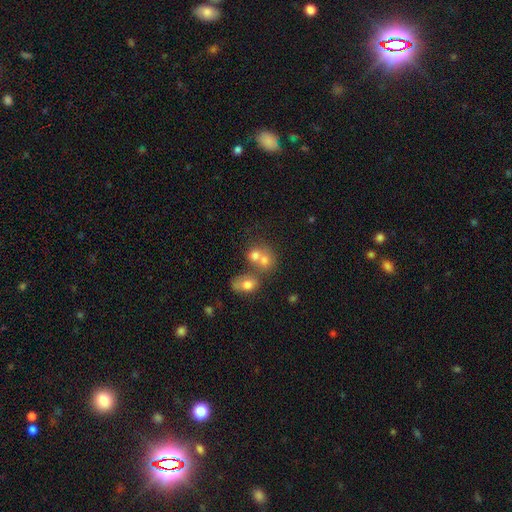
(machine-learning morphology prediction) type=smooth (69%); roundness=round (65%); merging=merger (59%).